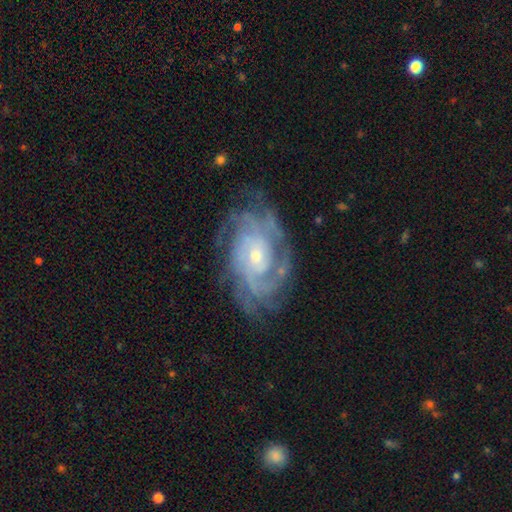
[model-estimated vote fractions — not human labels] This appears to be a featured or disk galaxy (89%) with no bar (68%), tight (69%) spiral arms (97%) and a small central bulge (56%). Merging: none (74%).